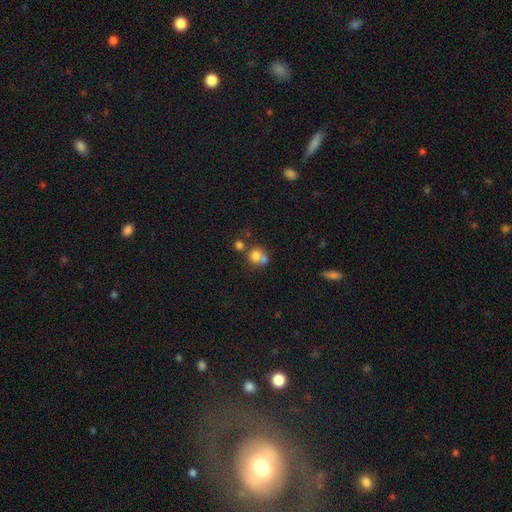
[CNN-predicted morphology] Q: Smooth or featured?
A: smooth (73%); runner-up: featured or disk (14%)
Q: How rounded?
A: round (81%); runner-up: in between (18%)
Q: Merging?
A: merger (48%); runner-up: none (40%)